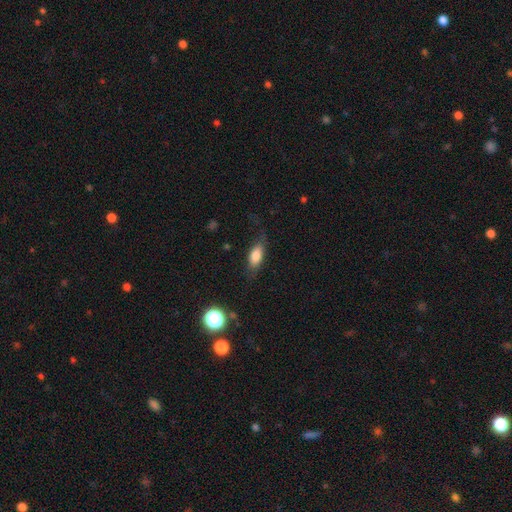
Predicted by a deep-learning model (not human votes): This appears to be a smooth galaxy with no disk features (77%) that is in between round and cigar-shaped (80%). Merging: none (66%).